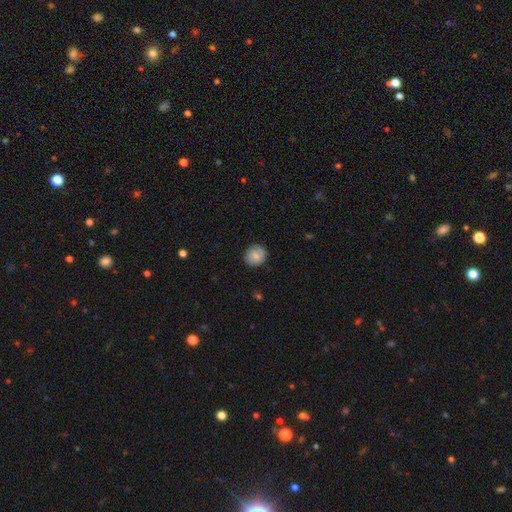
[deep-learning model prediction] A smooth galaxy with no disk features (75%) that is round (84%). Merging: none (83%).